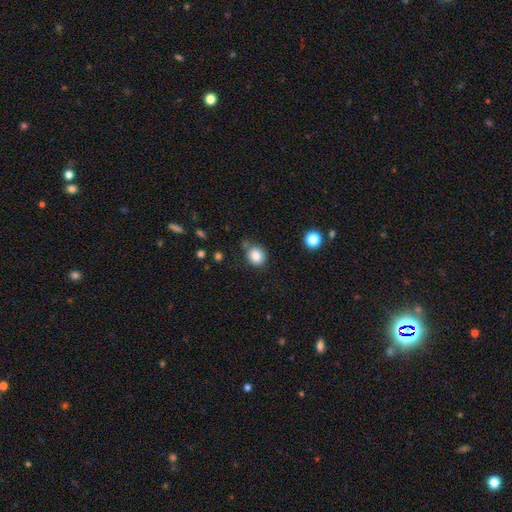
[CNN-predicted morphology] This appears to be a smooth galaxy with no disk features (85%) that is round (78%). Merging: none (71%).